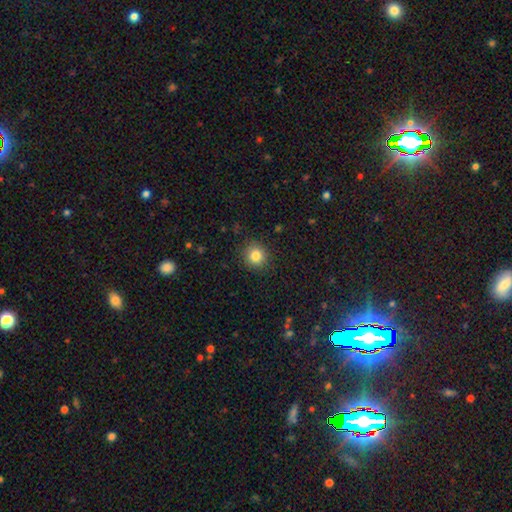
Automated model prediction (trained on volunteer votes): A smooth galaxy with no disk features (83%) that is round (91%).

Vote fractions:
- Smooth or featured? smooth: 83% / star or artifact: 11% / featured or disk: 6%
- How rounded? round: 91% / in between: 8% / cigar-shaped: 1%
- Merging? none: 90% / minor disturbance: 7% / major disturbance: 2% / merger: 1%